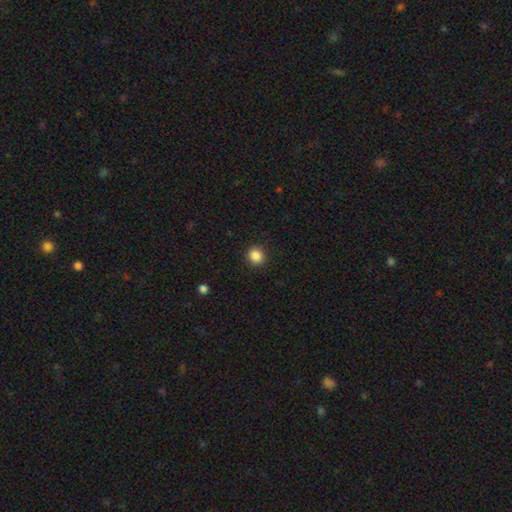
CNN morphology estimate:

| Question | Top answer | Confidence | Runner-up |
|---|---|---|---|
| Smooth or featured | smooth | 86% | star or artifact (11%) |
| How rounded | round | 85% | in between (15%) |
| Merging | none | 91% | minor disturbance (6%) |